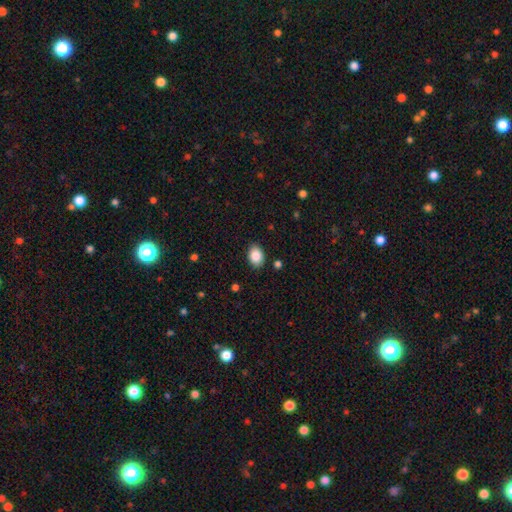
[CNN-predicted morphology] Smooth or featured? smooth (87%)
How rounded? in between (78%)
Merging? none (86%)